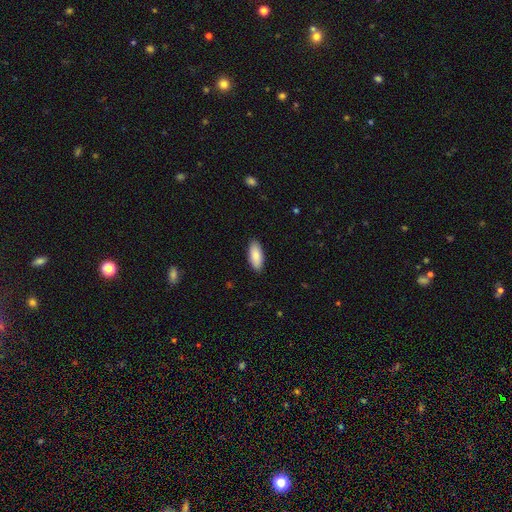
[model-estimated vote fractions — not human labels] Smooth or featured? Predicted: smooth (p=0.86). How rounded? Predicted: in between (p=0.84). Merging? Predicted: none (p=0.89).